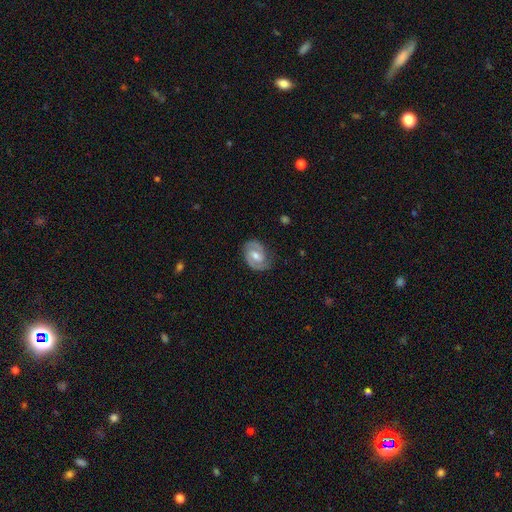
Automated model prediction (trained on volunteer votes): A featured or disk galaxy (81%) with a weak bar (54%), 2 (90%) medium (47%) spiral arms (94%) and a moderate central bulge (67%).

Vote fractions:
- Smooth or featured? featured or disk: 81% / smooth: 14% / star or artifact: 5%
- Edge-on disk? no: 97% / yes: 3%
- Bar? weak: 54% / no: 27% / strong: 19%
- Spiral arms? yes: 94% / no: 6%
- Spiral winding? medium: 47% / tight: 42% / loose: 11%
- Spiral arm count? 2: 90% / can't tell: 5% / 1: 2% / 3: 1% / 4: 1% / more than 4: 1%
- Bulge size? moderate: 67% / small: 24% / large: 6% / none: 2% / dominant: 1%
- Merging? none: 81% / minor disturbance: 14% / major disturbance: 4% / merger: 1%